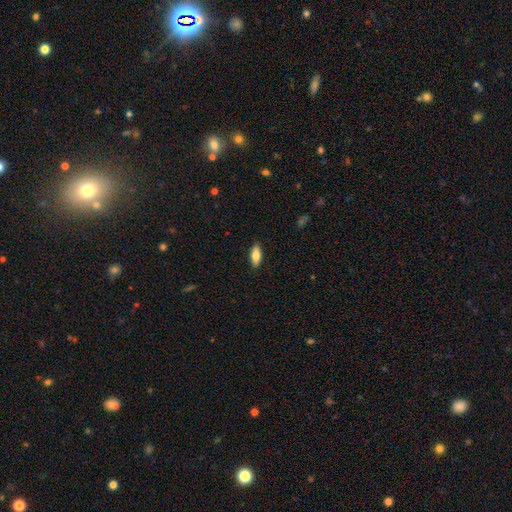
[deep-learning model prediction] This appears to be a smooth galaxy with no disk features (74%) that is in between round and cigar-shaped (76%). Merging: none (89%).